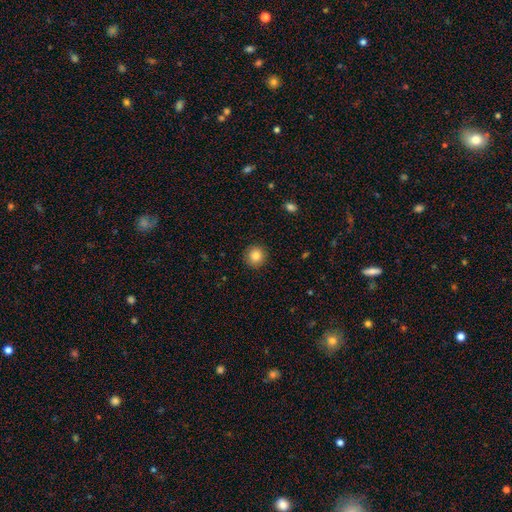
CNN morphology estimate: A smooth galaxy with no disk features (85%) that is round (94%). Merging: none (91%).